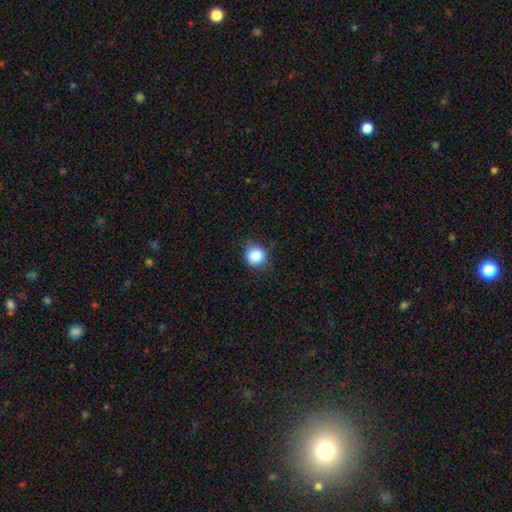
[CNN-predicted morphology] The model was most divided on "merging": none: 80%, minor disturbance: 15%, major disturbance: 3%, merger: 1%. More confident: how rounded — round (89%); smooth or featured — smooth (86%).